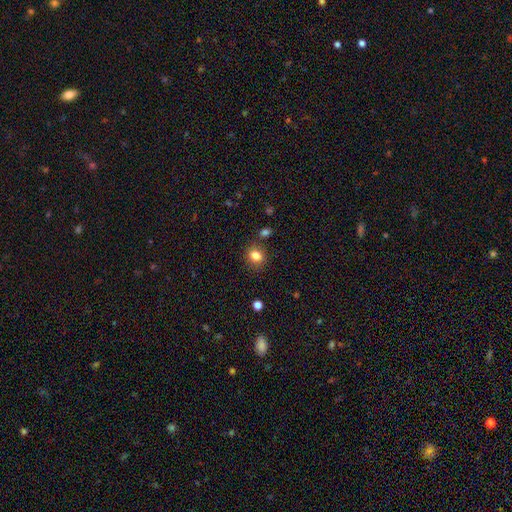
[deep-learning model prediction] Smooth or featured?
  - smooth: 83% *
  - star or artifact: 11%
  - featured or disk: 6%
How rounded?
  - round: 66% *
  - in between: 33%
  - cigar-shaped: 1%
Merging?
  - none: 82% *
  - minor disturbance: 11%
  - merger: 4%
  - major disturbance: 3%